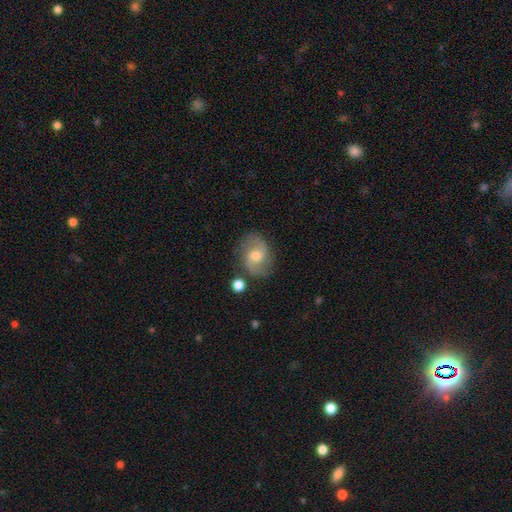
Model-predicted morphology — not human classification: A featured or disk galaxy (74%) with no bar (51%), 2 (90%) medium (49%) spiral arms (93%) and a moderate central bulge (62%).

Vote fractions:
- Smooth or featured? featured or disk: 74% / smooth: 19% / star or artifact: 7%
- Edge-on disk? no: 97% / yes: 3%
- Bar? no: 51% / weak: 41% / strong: 8%
- Spiral arms? yes: 93% / no: 7%
- Spiral winding? medium: 49% / loose: 35% / tight: 16%
- Spiral arm count? 2: 90% / can't tell: 4% / 1: 2% / 3: 2% / 4: 1% / more than 4: 1%
- Bulge size? moderate: 62% / small: 31% / large: 4% / none: 2% / dominant: 1%
- Merging? none: 76% / minor disturbance: 15% / major disturbance: 5% / merger: 4%